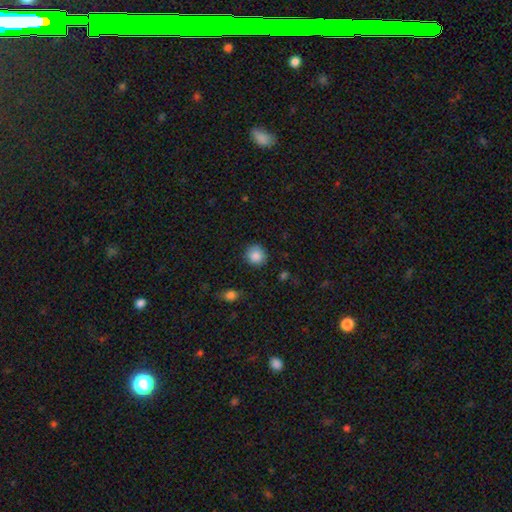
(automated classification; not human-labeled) Smooth or featured?
  - smooth: 87% *
  - star or artifact: 9%
  - featured or disk: 4%
How rounded?
  - round: 92% *
  - in between: 7%
  - cigar-shaped: 1%
Merging?
  - none: 87% *
  - minor disturbance: 9%
  - major disturbance: 2%
  - merger: 1%